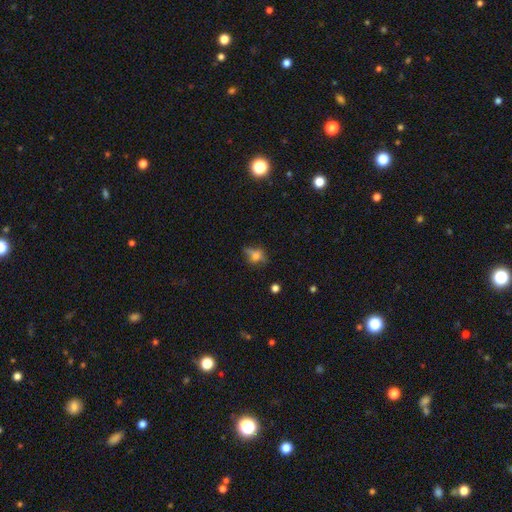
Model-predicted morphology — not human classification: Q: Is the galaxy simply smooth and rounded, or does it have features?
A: smooth — 53%.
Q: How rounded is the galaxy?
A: in between — 49%.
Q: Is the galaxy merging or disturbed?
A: none — 59%.